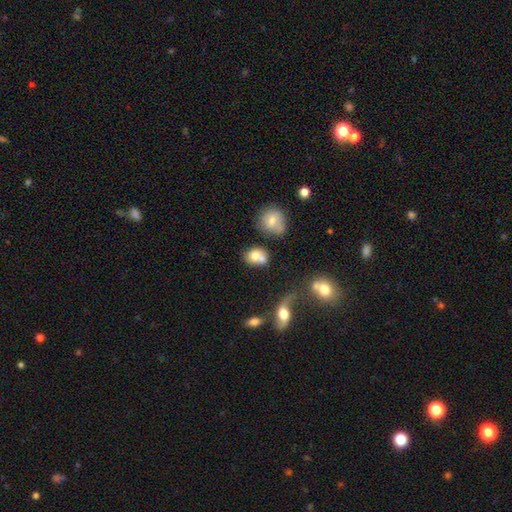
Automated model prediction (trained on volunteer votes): smooth_or_featured: smooth (p=0.74) [alt: featured or disk p=0.16]
how_rounded: in between (p=0.52) [alt: round p=0.46]
merging: none (p=0.43) [alt: merger p=0.36]